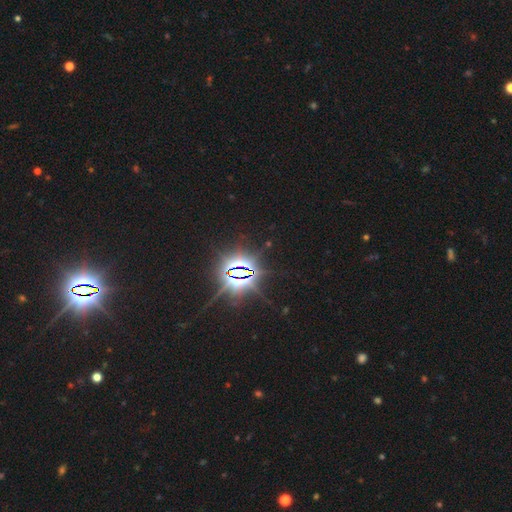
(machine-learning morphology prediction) Smooth or featured? Predicted: star or artifact (p=0.86).